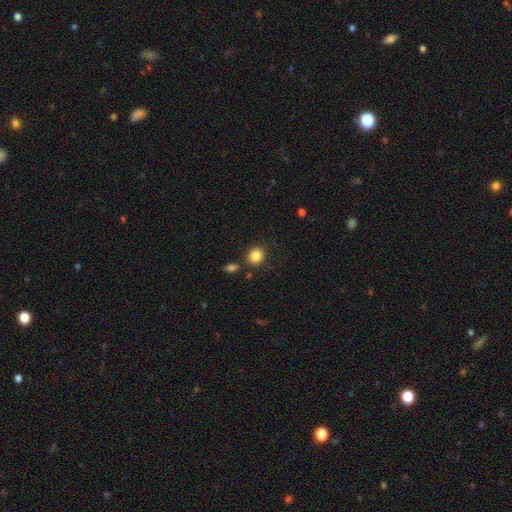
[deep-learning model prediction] A smooth galaxy with no disk features (85%) that is round (58%).

Vote fractions:
- Smooth or featured? smooth: 85% / star or artifact: 9% / featured or disk: 6%
- How rounded? round: 58% / in between: 41% / cigar-shaped: 1%
- Merging? none: 79% / minor disturbance: 11% / merger: 7% / major disturbance: 3%